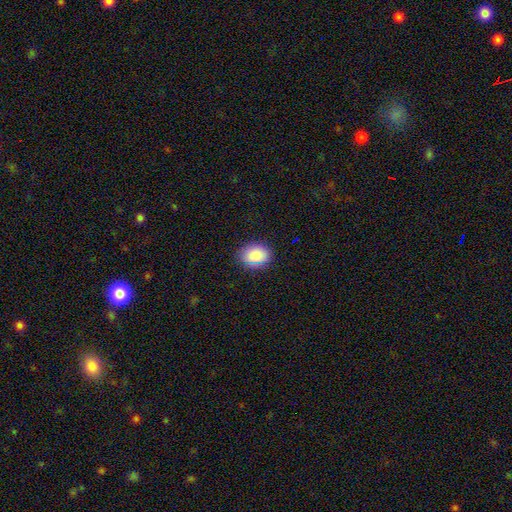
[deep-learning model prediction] Smooth or featured? Predicted: smooth (p=0.84). How rounded? Predicted: in between (p=0.56). Merging? Predicted: none (p=0.84).